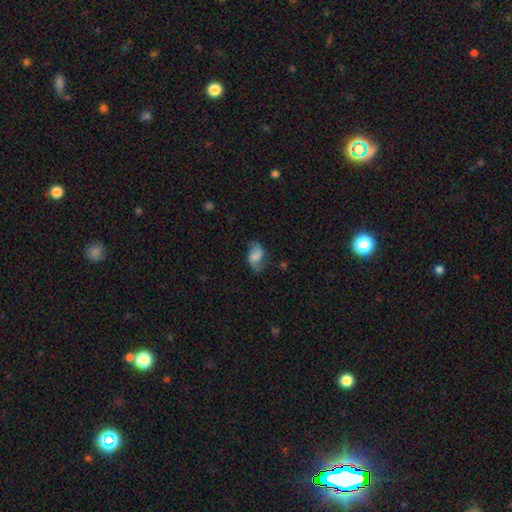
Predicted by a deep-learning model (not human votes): A smooth galaxy with no disk features (62%) that is in between round and cigar-shaped (86%). Merging: none (51%).